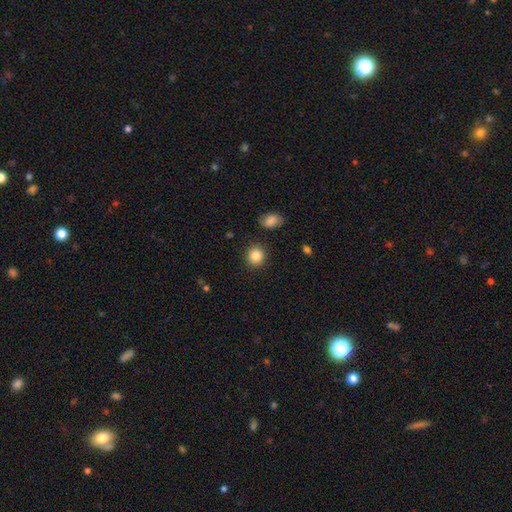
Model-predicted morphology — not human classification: smooth-or-featured: smooth: 86% | star or artifact: 9% | featured or disk: 4%
  how-rounded: round: 89% | in between: 10% | cigar-shaped: 1%
  merging: none: 89% | minor disturbance: 6% | major disturbance: 2% | merger: 2%